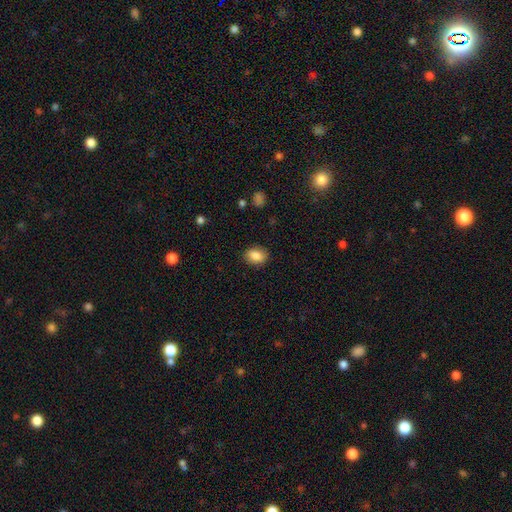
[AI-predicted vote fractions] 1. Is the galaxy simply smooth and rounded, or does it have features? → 86% smooth, 8% star or artifact, 6% featured or disk.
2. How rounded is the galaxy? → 71% in between, 28% round, 1% cigar-shaped.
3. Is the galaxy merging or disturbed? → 87% none, 10% minor disturbance, 3% major disturbance, 1% merger.